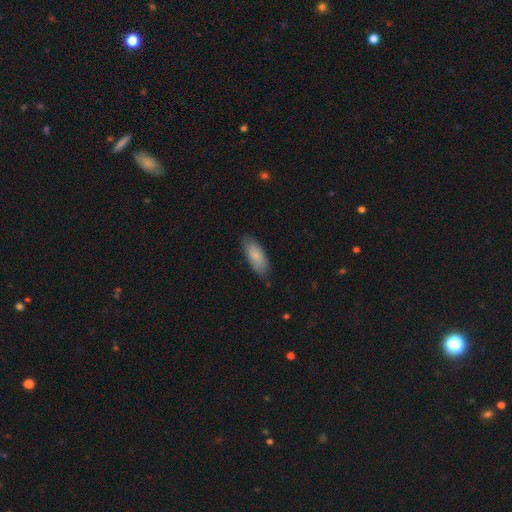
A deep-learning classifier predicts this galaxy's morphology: Smooth or featured? smooth (80%)
How rounded? in between (79%)
Merging? none (77%)